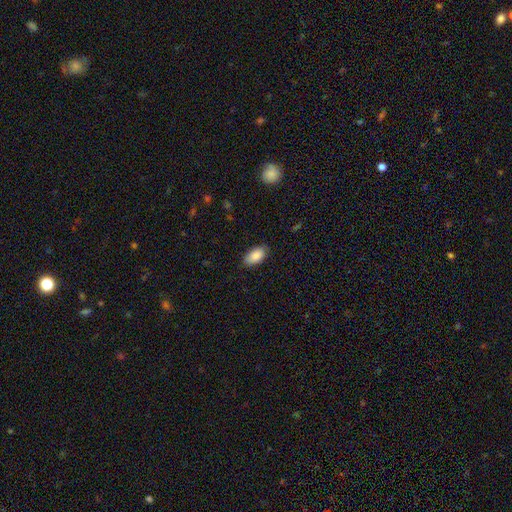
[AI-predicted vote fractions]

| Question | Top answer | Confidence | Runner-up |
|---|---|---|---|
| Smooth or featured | smooth | 88% | star or artifact (6%) |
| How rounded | in between | 94% | cigar-shaped (3%) |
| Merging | none | 85% | minor disturbance (12%) |